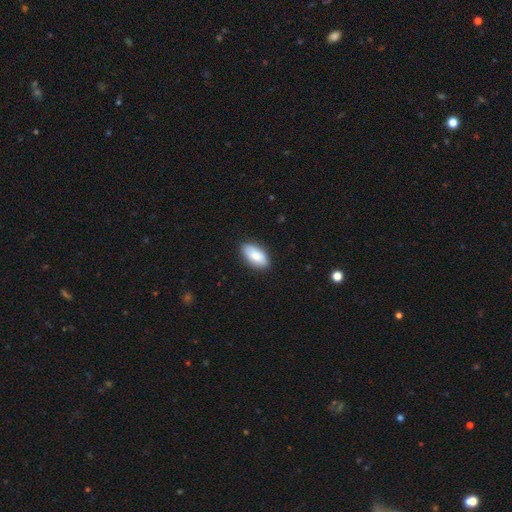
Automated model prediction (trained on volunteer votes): A smooth galaxy with no disk features (84%) that is in between round and cigar-shaped (92%). Merging: none (86%).